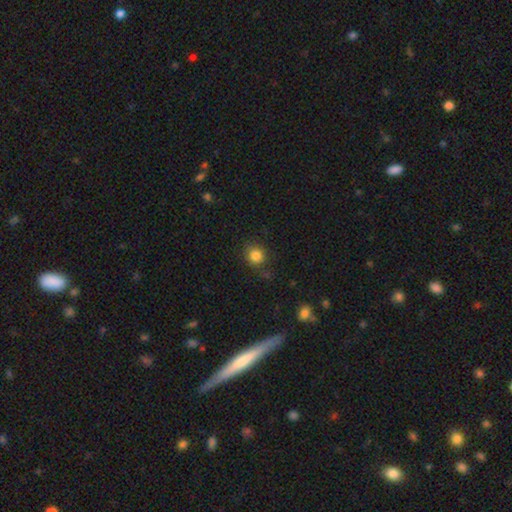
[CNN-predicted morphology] A smooth galaxy with no disk features (83%) that is round (86%).

Vote fractions:
- Smooth or featured? smooth: 83% / star or artifact: 11% / featured or disk: 5%
- How rounded? round: 86% / in between: 13% / cigar-shaped: 1%
- Merging? none: 78% / minor disturbance: 15% / major disturbance: 5% / merger: 2%